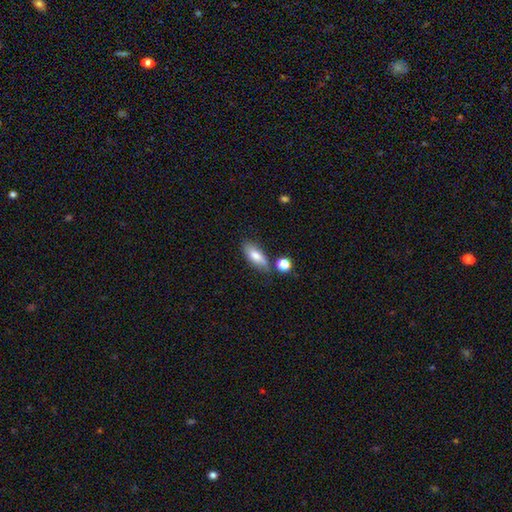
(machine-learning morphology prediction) Smooth or featured?
  - smooth: 76% *
  - featured or disk: 16%
  - star or artifact: 8%
How rounded?
  - in between: 75% *
  - cigar-shaped: 21%
  - round: 4%
Merging?
  - none: 65% *
  - minor disturbance: 20%
  - merger: 10%
  - major disturbance: 5%